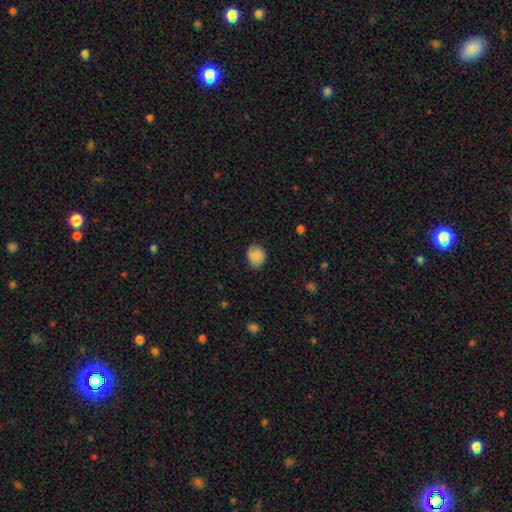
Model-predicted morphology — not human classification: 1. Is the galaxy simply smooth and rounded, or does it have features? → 85% smooth, 8% featured or disk, 7% star or artifact.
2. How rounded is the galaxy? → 67% round, 32% in between, 1% cigar-shaped.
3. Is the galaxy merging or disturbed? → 81% none, 15% minor disturbance, 3% major disturbance, 1% merger.